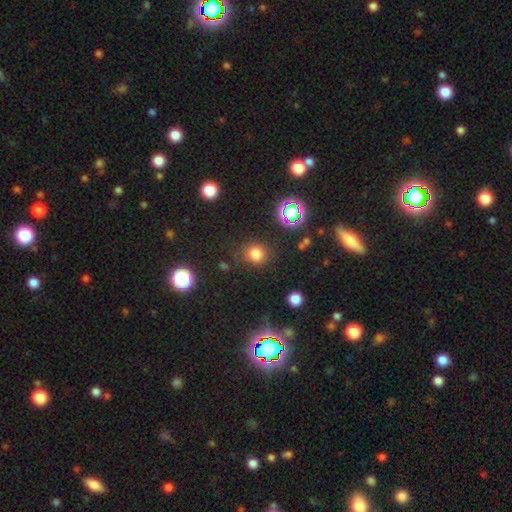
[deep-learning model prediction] Smooth or featured?
  - smooth: 75% *
  - star or artifact: 19%
  - featured or disk: 6%
How rounded?
  - round: 82% *
  - in between: 17%
  - cigar-shaped: 1%
Merging?
  - none: 81% *
  - minor disturbance: 11%
  - major disturbance: 5%
  - merger: 3%